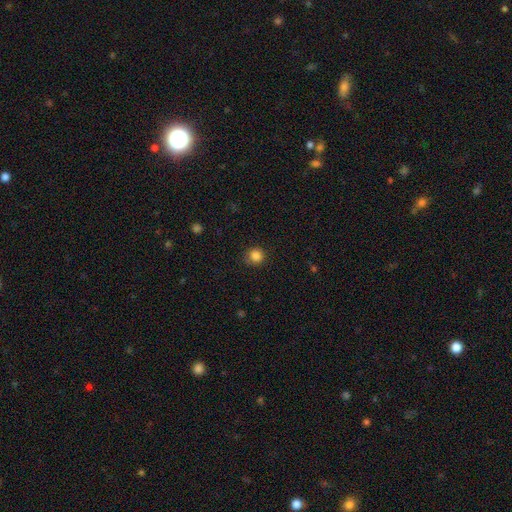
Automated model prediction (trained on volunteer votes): Overall: smooth (85%). How rounded: round (90%). Merging: none (85%).